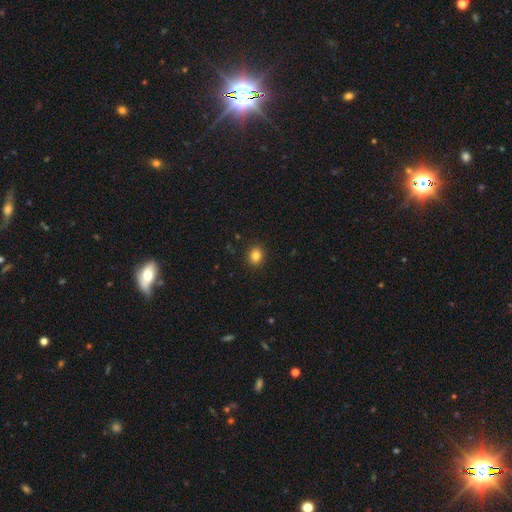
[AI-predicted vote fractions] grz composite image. It shows a smooth galaxy with no disk features (83%) that is round (75%). Merging: none (91%).